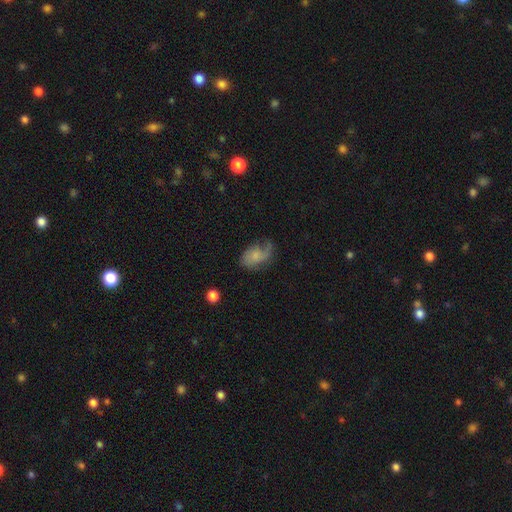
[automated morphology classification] smooth-or-featured: featured or disk: 50% | smooth: 41% | star or artifact: 9%
  disk-edge-on: no: 96% | yes: 4%
  merging: none: 43% | minor disturbance: 29% | major disturbance: 26% | merger: 2%